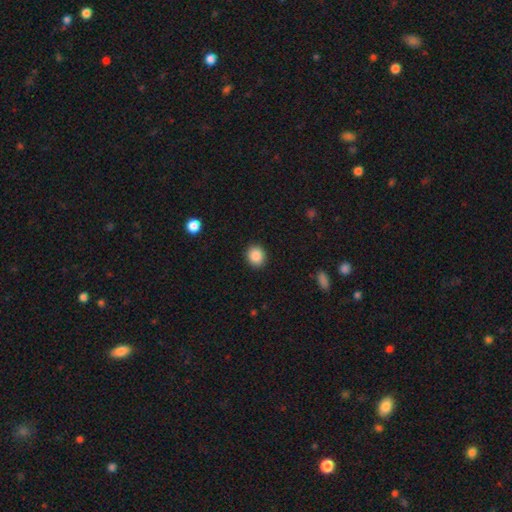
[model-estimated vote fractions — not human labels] Smooth or featured?
  - smooth: 88% *
  - star or artifact: 9%
  - featured or disk: 3%
How rounded?
  - round: 75% *
  - in between: 24%
  - cigar-shaped: 1%
Merging?
  - none: 90% *
  - minor disturbance: 6%
  - major disturbance: 2%
  - merger: 1%